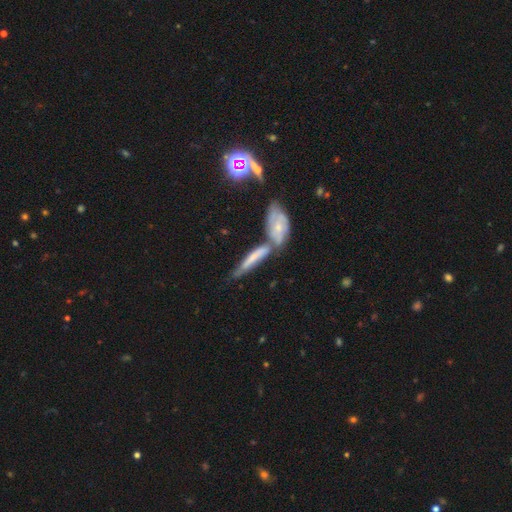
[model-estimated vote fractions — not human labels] Smooth or featured? featured or disk (50%)
Merging? merger (41%, tied with none)